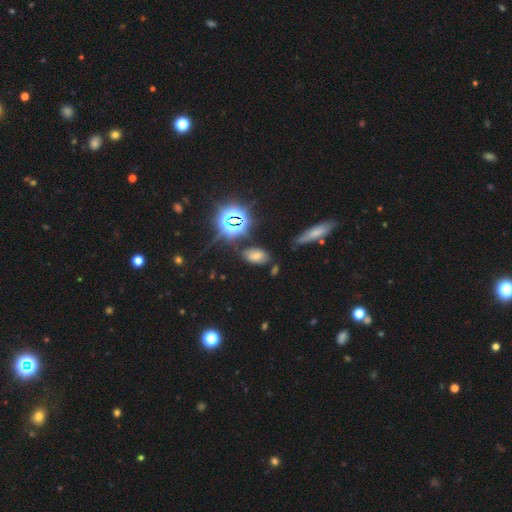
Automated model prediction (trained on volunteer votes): This appears to be a smooth galaxy with no disk features (55%) that is in between round and cigar-shaped (90%). Merging: none (76%).